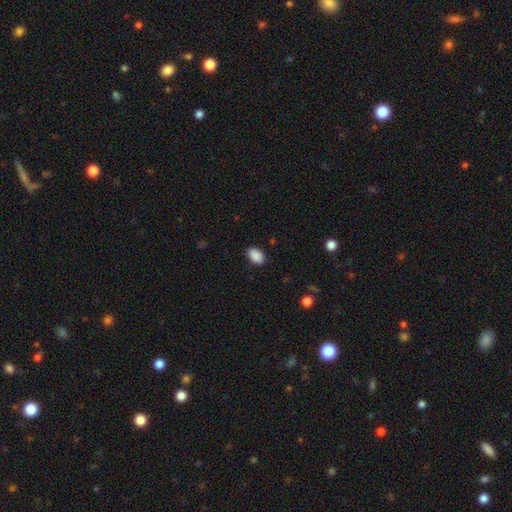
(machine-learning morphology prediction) Smooth or featured? smooth (90%)
How rounded? in between (88%)
Merging? none (88%)